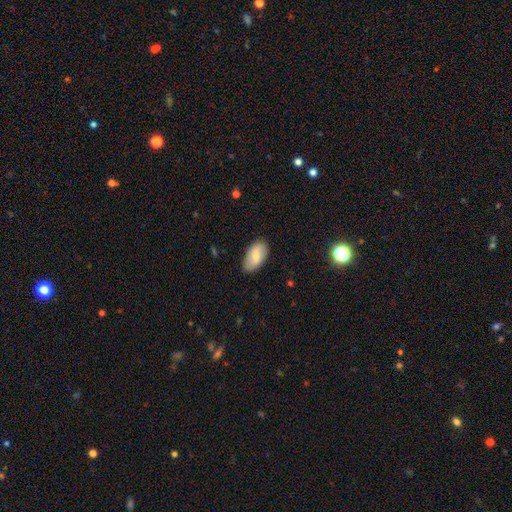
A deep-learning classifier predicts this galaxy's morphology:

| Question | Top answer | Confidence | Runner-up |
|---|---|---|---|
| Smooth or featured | smooth | 71% | featured or disk (23%) |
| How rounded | in between | 94% | round (3%) |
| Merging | none | 80% | minor disturbance (16%) |